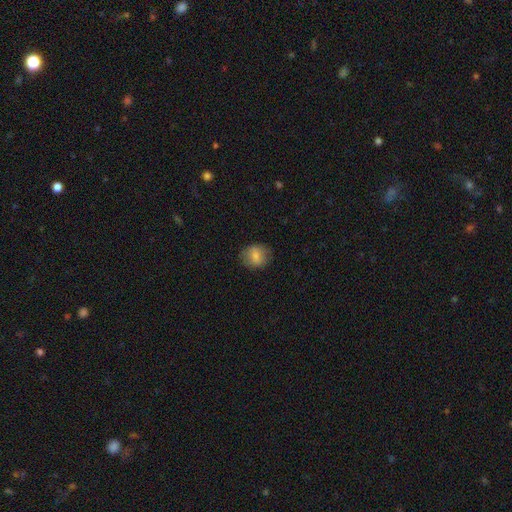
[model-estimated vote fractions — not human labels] smooth 75%, featured or disk 16%, star or artifact 9%. Down the decision tree: how rounded — round (69%); merging — none (81%).